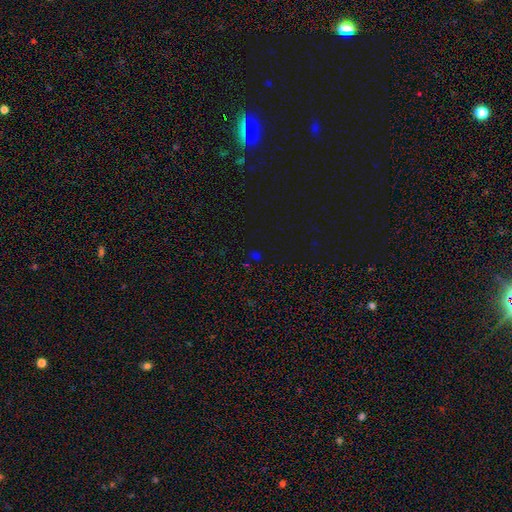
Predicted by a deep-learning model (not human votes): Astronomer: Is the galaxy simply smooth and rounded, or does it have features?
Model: star or artifact — 55% (runner-up: smooth, 38%).